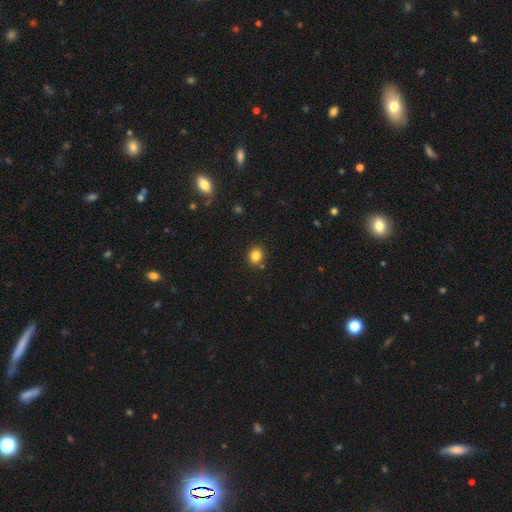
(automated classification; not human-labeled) Smooth or featured? Predicted: smooth (p=0.84). How rounded? Predicted: round (p=0.61). Merging? Predicted: none (p=0.85).